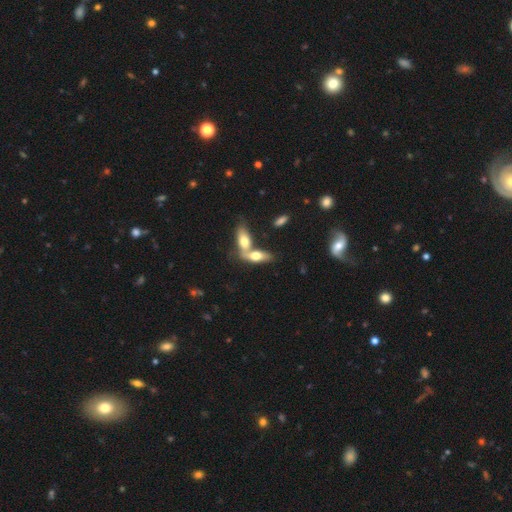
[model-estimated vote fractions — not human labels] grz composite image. It shows a smooth galaxy with no disk features (63%) that is in between round and cigar-shaped (72%). Merging: merger (63%).